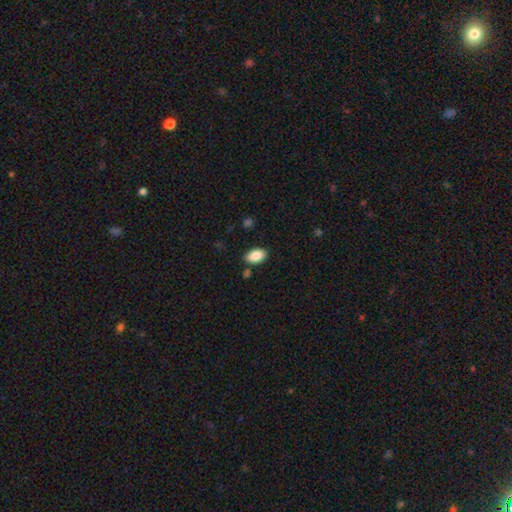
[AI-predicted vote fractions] Smooth or featured? smooth (88%)
How rounded? in between (93%)
Merging? none (83%)